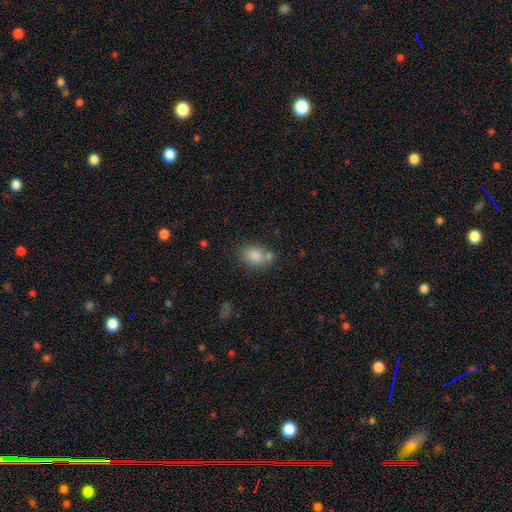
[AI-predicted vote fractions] Morphology: type=smooth (83%); roundness=in between (63%); merging=none (61%).